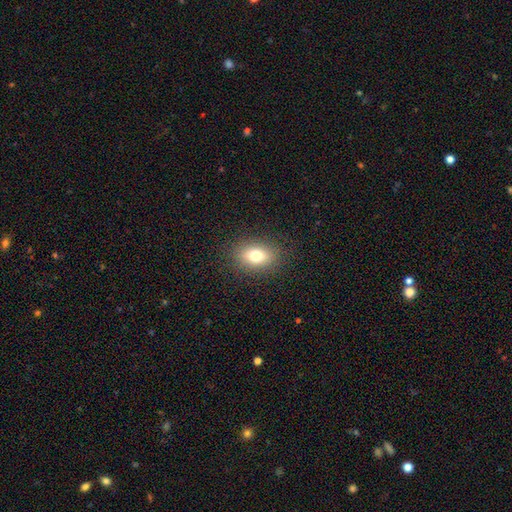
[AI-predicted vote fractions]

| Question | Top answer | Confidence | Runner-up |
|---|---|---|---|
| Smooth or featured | smooth | 77% | featured or disk (12%) |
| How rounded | in between | 78% | round (20%) |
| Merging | none | 87% | minor disturbance (9%) |